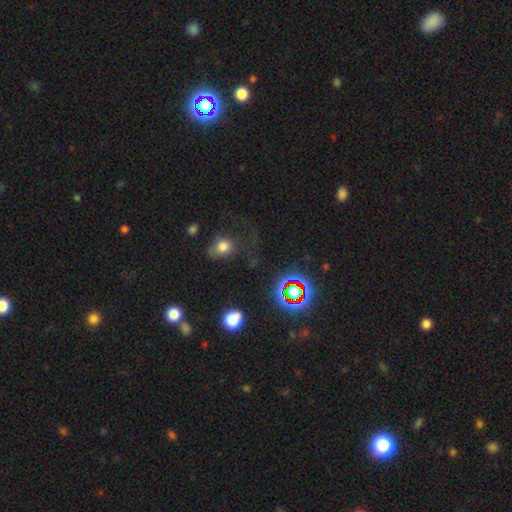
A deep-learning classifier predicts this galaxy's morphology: A star or artifact, not a galaxy (54%).